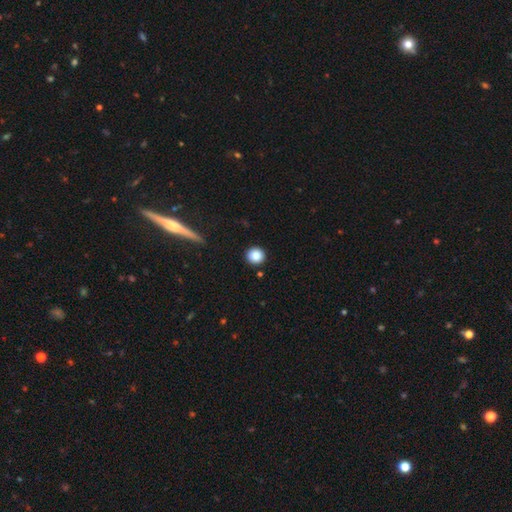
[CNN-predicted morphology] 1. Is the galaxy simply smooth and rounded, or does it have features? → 86% smooth, 10% star or artifact, 5% featured or disk.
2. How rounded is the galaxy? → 94% round, 5% in between, 1% cigar-shaped.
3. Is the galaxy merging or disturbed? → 92% none, 5% minor disturbance, 2% merger, 2% major disturbance.